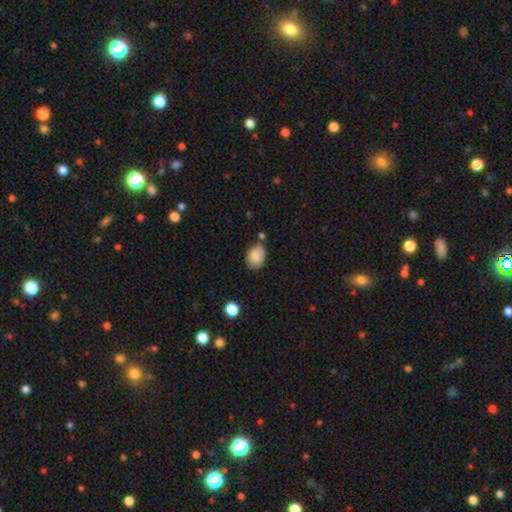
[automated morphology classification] This appears to be a smooth galaxy with no disk features (86%) that is in between round and cigar-shaped (77%). Merging: none (69%).